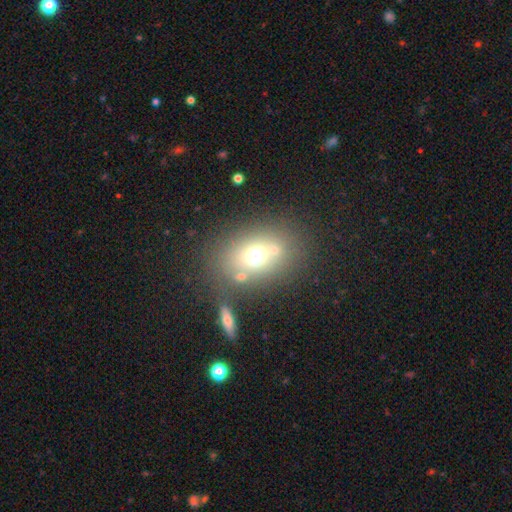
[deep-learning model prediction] Smooth or featured?
  - smooth: 63% *
  - featured or disk: 21%
  - star or artifact: 16%
How rounded?
  - in between: 61% *
  - round: 37%
  - cigar-shaped: 2%
Merging?
  - none: 62% *
  - merger: 20%
  - minor disturbance: 12%
  - major disturbance: 7%